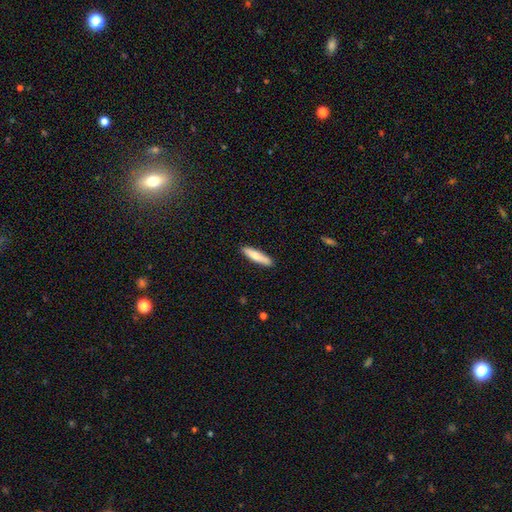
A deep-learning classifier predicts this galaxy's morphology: This is likely a smooth galaxy (75%). How rounded: clearly cigar-shaped (82%). Merging: clearly none (89%).